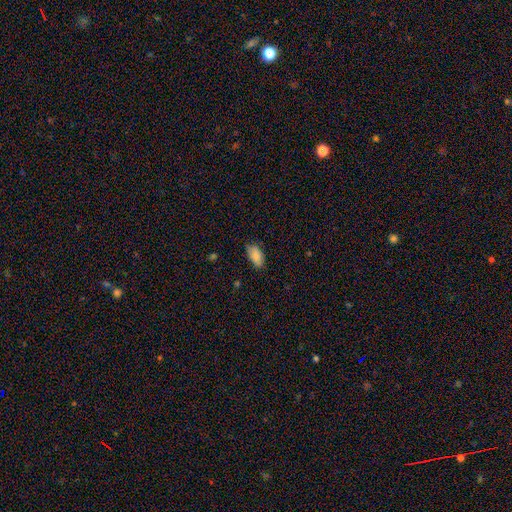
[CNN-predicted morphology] Smooth or featured? smooth (86%)
How rounded? in between (93%)
Merging? none (73%)